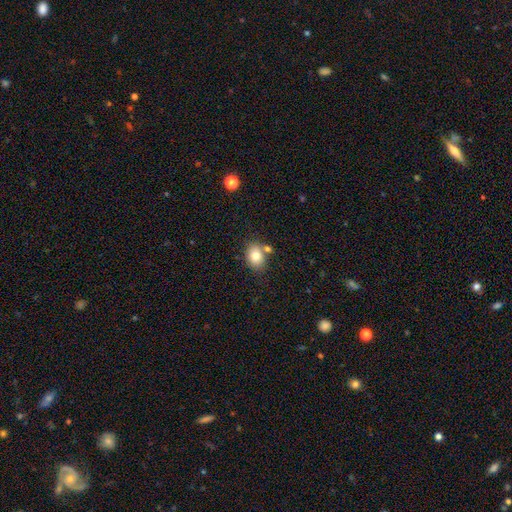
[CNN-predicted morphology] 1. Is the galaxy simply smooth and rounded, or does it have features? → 78% smooth, 12% featured or disk, 10% star or artifact.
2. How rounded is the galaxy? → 60% in between, 39% round, 1% cigar-shaped.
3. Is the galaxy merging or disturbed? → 67% none, 16% merger, 13% minor disturbance, 3% major disturbance.